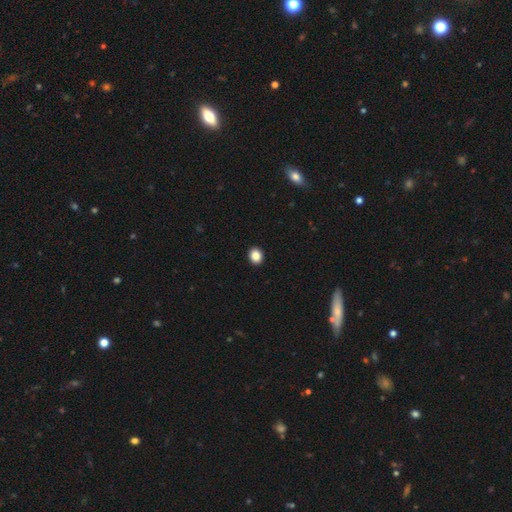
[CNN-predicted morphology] Smooth or featured? Predicted: smooth (p=0.88). How rounded? Predicted: round (p=0.61). Merging? Predicted: none (p=0.93).